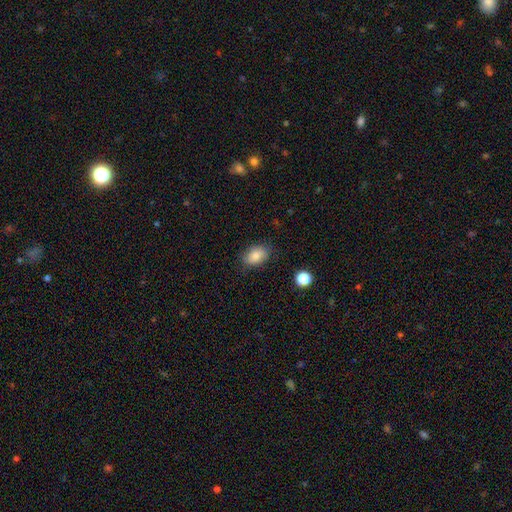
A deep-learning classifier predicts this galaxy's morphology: Smooth or featured: smooth — 83% (star or artifact — 9%)
How rounded: in between — 83% (round — 16%)
Merging: none — 80% (minor disturbance — 15%)